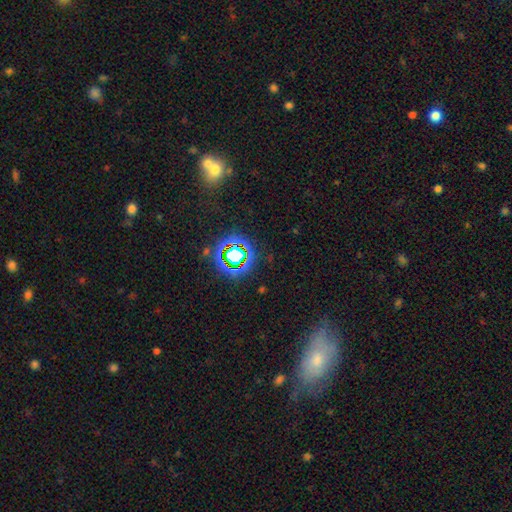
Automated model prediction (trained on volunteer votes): smooth-or-featured: star or artifact: 69% | smooth: 20% | featured or disk: 11%